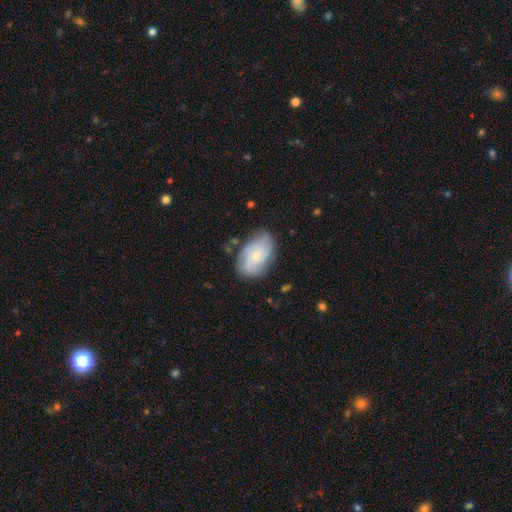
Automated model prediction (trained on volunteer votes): A featured or disk galaxy (54%) with no bar (71%), spiral arms (87%) and a small central bulge (55%).

Vote fractions:
- Smooth or featured? featured or disk: 54% / smooth: 39% / star or artifact: 7%
- Edge-on disk? no: 96% / yes: 4%
- Bar? no: 71% / weak: 26% / strong: 3%
- Spiral arms? yes: 87% / no: 13%
- Bulge size? small: 55% / moderate: 33% / none: 8% / large: 3% / dominant: 1%
- Merging? none: 69% / minor disturbance: 22% / major disturbance: 6% / merger: 2%